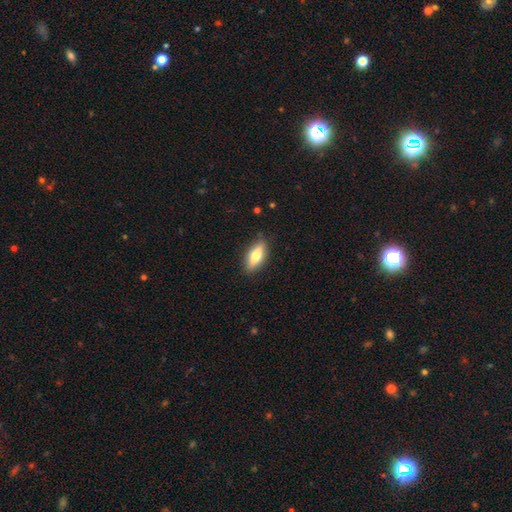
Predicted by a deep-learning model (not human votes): The model was most divided on "smooth or featured": smooth: 64%, featured or disk: 30%, star or artifact: 7%. More confident: merging — none (87%); how rounded — in between (66%).